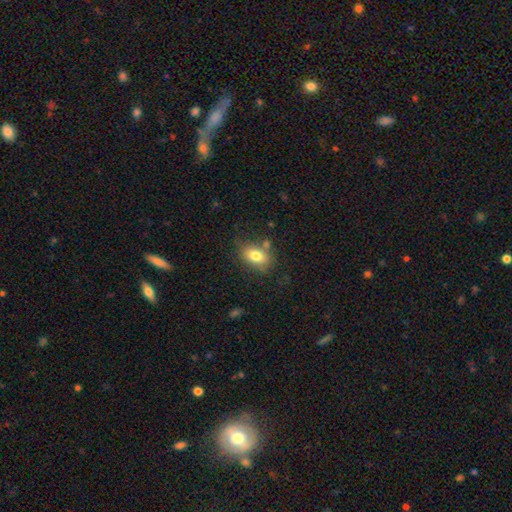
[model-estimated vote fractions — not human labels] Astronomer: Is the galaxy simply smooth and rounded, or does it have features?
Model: smooth — 78%.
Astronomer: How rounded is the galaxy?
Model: in between — 82%.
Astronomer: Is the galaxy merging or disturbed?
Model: none — 69%.